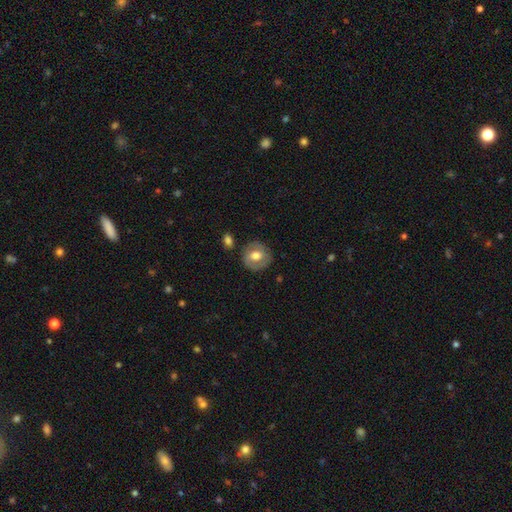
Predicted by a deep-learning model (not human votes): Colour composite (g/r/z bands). It shows a smooth galaxy with no disk features (56%) that is round (85%). Merging: none (83%).